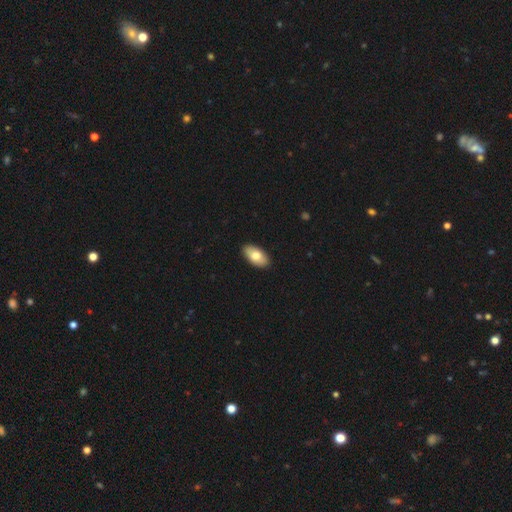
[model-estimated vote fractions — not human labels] This appears to be a smooth galaxy with no disk features (78%) that is in between round and cigar-shaped (95%). Merging: none (90%).